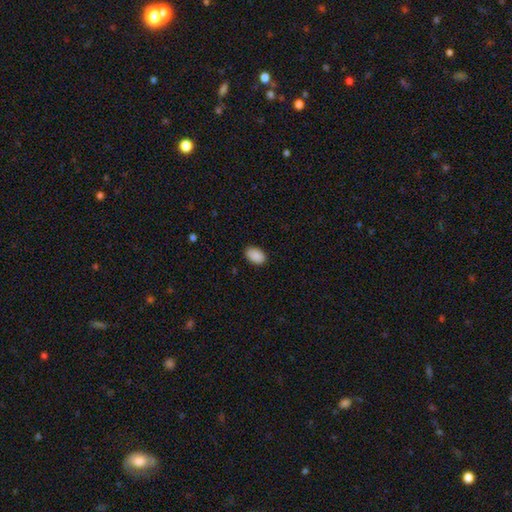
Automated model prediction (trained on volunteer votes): Smooth or featured?
  - smooth: 90% *
  - star or artifact: 7%
  - featured or disk: 2%
How rounded?
  - in between: 89% *
  - round: 10%
  - cigar-shaped: 1%
Merging?
  - none: 87% *
  - minor disturbance: 10%
  - major disturbance: 2%
  - merger: 1%